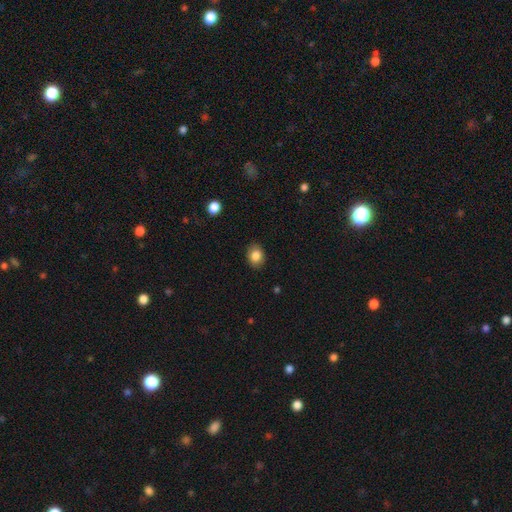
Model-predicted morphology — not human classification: smooth-or-featured: smooth: 84% | star or artifact: 9% | featured or disk: 6%
  how-rounded: in between: 54% | round: 45% | cigar-shaped: 1%
  merging: none: 87% | minor disturbance: 9% | major disturbance: 2% | merger: 1%